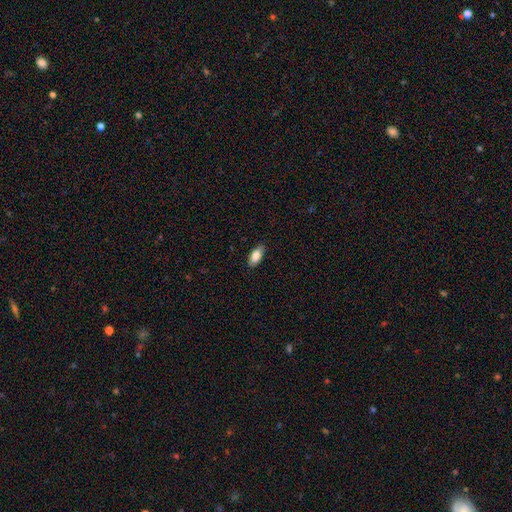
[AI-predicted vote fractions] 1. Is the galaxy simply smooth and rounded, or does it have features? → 84% smooth, 10% featured or disk, 6% star or artifact.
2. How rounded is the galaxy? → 87% in between, 10% cigar-shaped, 2% round.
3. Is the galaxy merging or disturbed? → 86% none, 10% minor disturbance, 2% major disturbance, 1% merger.